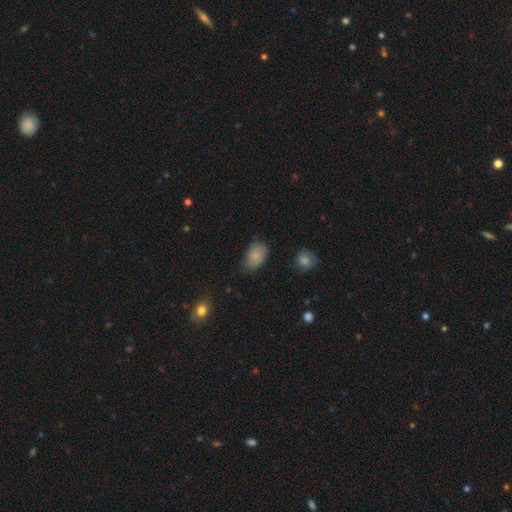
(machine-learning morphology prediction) smooth_or_featured: smooth (p=0.84) [alt: star or artifact p=0.09]
how_rounded: in between (p=0.88) [alt: round p=0.11]
merging: none (p=0.60) [alt: minor disturbance p=0.31]